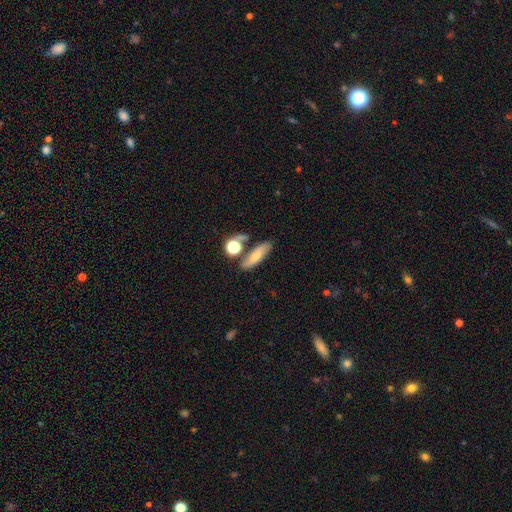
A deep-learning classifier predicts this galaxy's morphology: smooth-or-featured: smooth: 66% | featured or disk: 24% | star or artifact: 10%
  how-rounded: in between: 49% | cigar-shaped: 42% | round: 9%
  merging: none: 65% | merger: 15% | minor disturbance: 14% | major disturbance: 5%